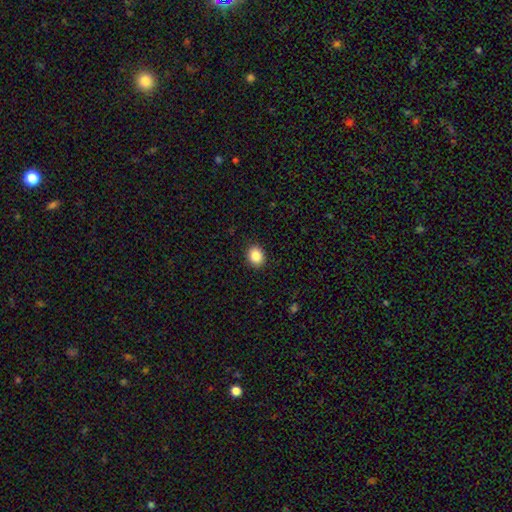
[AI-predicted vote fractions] This is clearly a smooth galaxy (87%). How rounded: possibly round (54%). Merging: clearly none (91%).